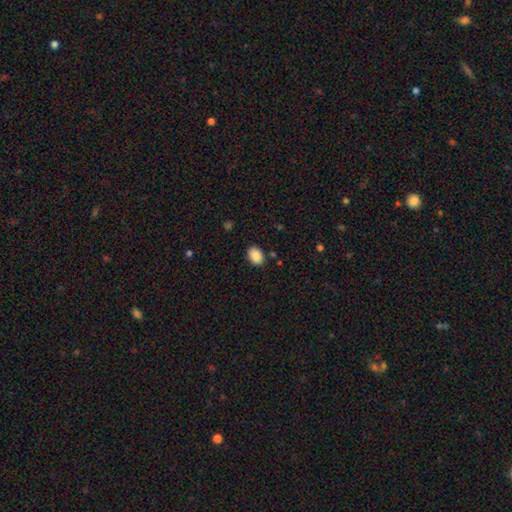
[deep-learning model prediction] Smooth or featured? smooth (88%)
How rounded? in between (78%)
Merging? none (87%)